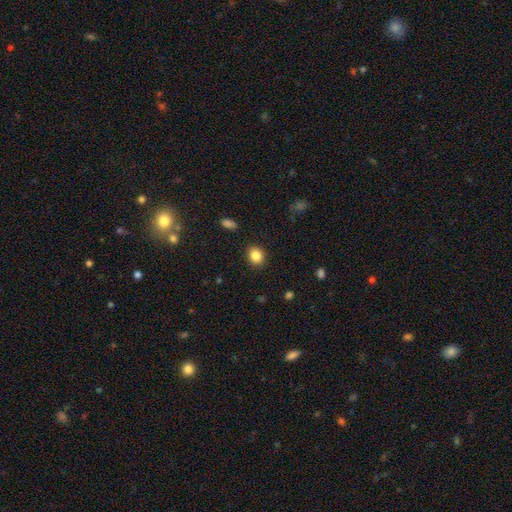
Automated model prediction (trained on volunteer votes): Smooth or featured? smooth (85%)
How rounded? round (64%)
Merging? none (89%)